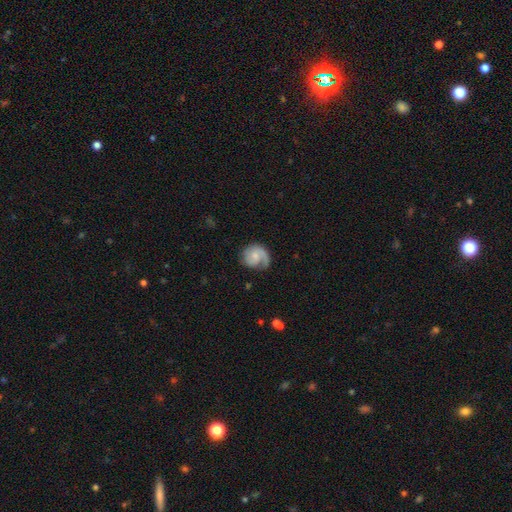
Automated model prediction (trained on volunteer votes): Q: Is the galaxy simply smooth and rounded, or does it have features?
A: featured or disk — 69%.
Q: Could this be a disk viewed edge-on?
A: no — 98%.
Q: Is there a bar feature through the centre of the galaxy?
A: no — 69%.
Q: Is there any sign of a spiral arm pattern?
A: yes — 93%.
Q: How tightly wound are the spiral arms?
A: tight — 39%.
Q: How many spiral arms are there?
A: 1 — 62%.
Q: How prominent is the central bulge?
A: small — 52%.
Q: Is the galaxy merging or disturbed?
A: none — 59%.